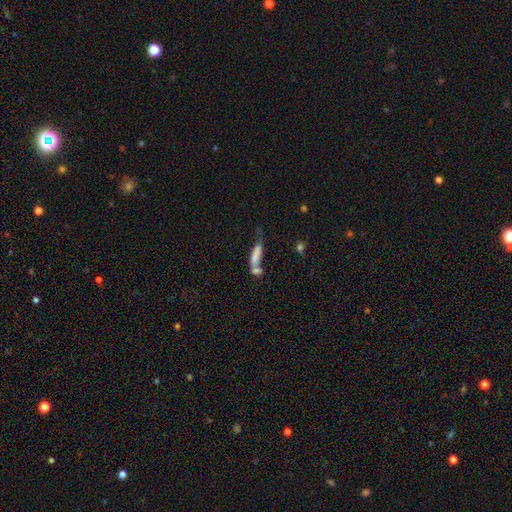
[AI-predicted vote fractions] Smooth or featured? smooth (65%)
How rounded? cigar-shaped (61%)
Merging? merger (53%)